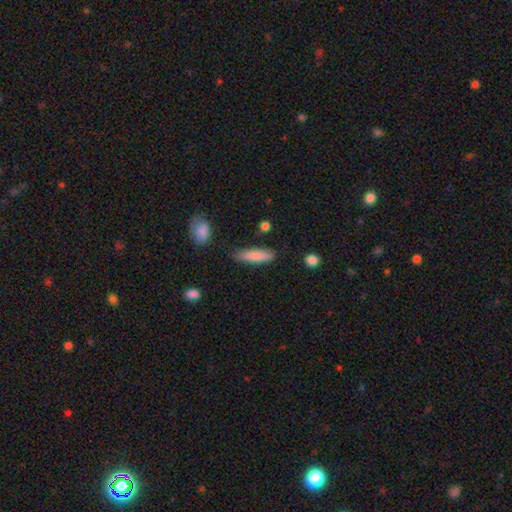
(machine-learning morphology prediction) type=smooth (83%); roundness=cigar-shaped (68%); merging=none (82%).